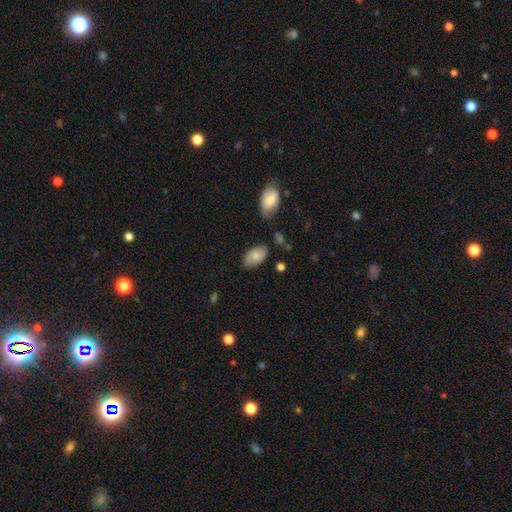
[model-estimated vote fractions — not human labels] smooth_or_featured: smooth (p=0.76) [alt: featured or disk p=0.17]
how_rounded: in between (p=0.94) [alt: round p=0.04]
merging: none (p=0.75) [alt: minor disturbance p=0.18]